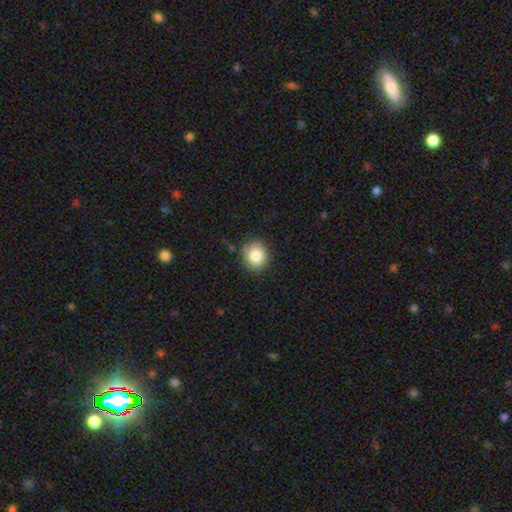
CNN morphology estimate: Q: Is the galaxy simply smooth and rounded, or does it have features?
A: smooth — 83%.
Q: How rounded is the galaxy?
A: round — 84%.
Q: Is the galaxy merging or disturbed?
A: none — 85%.